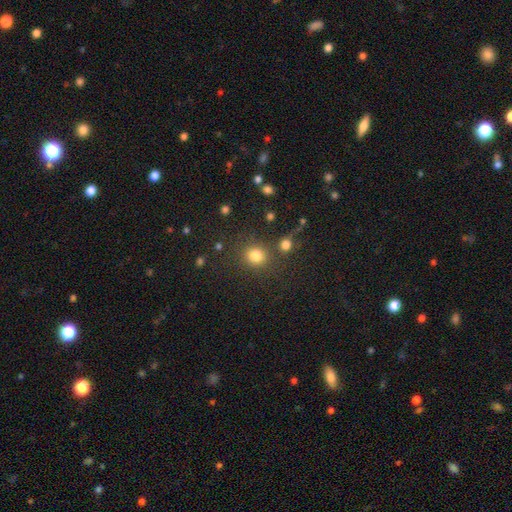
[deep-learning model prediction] This appears to be a smooth galaxy with no disk features (81%) that is round (86%). Merging: none (75%).